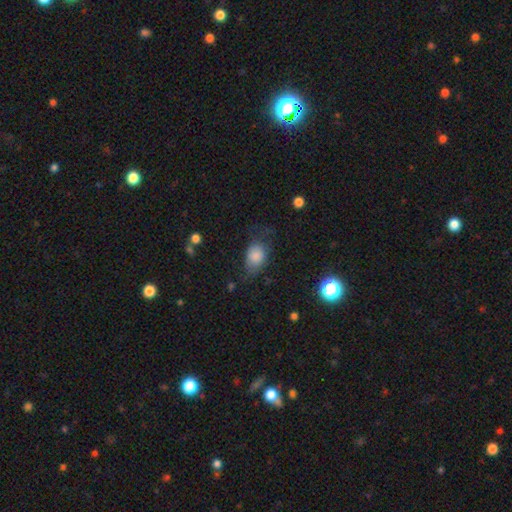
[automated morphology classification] smooth_or_featured: smooth (p=0.82) [alt: featured or disk p=0.10]
how_rounded: in between (p=0.74) [alt: round p=0.25]
merging: none (p=0.53) [alt: minor disturbance p=0.27]